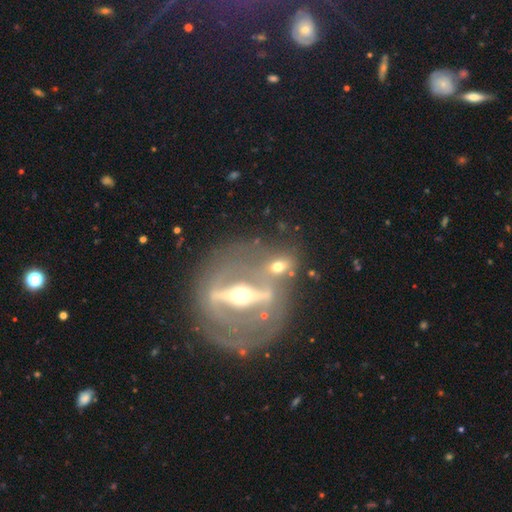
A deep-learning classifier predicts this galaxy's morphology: Smooth or featured: featured or disk — 83% (star or artifact — 9%)
Edge-on disk: no — 55% (yes — 45%)
Merging: none — 63% (minor disturbance — 13%)